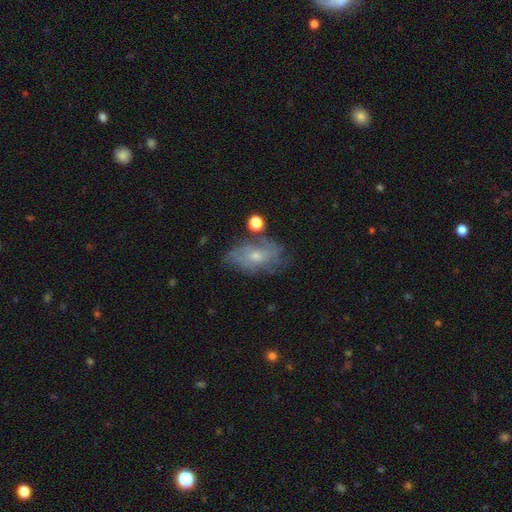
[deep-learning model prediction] This appears to be a featured or disk galaxy (60%) with no bar (77%), spiral arms (73%) and a small central bulge (58%). Merging: none (58%).